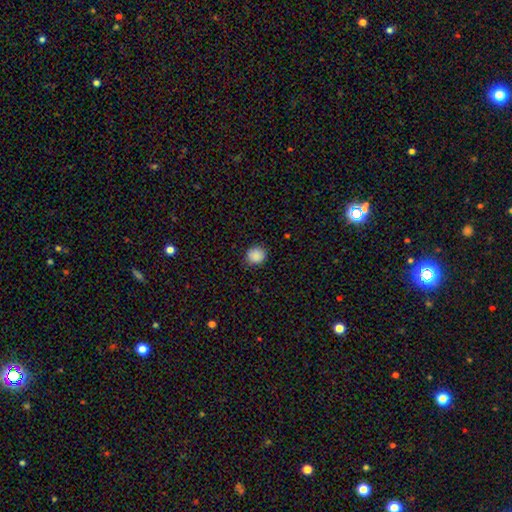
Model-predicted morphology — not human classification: Smooth or featured? Predicted: smooth (p=0.88). How rounded? Predicted: round (p=0.87). Merging? Predicted: none (p=0.88).